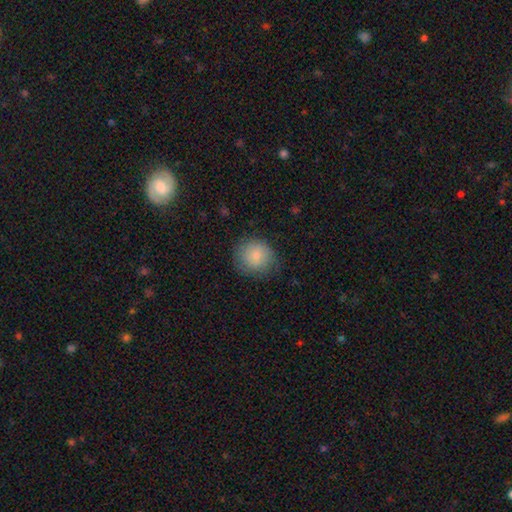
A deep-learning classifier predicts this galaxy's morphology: This appears to be a smooth galaxy with no disk features (81%) that is round (88%). Merging: none (78%).